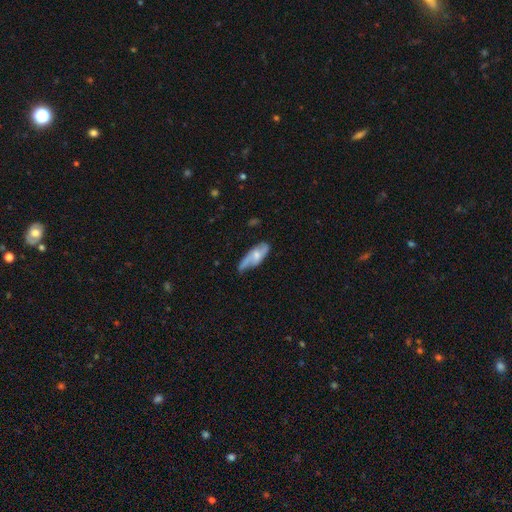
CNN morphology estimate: Smooth or featured? smooth (49%)
Merging? none (42%)